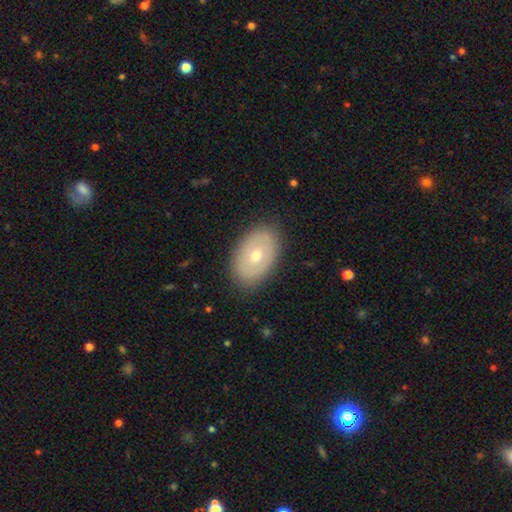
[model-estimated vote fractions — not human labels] The model was most divided on "smooth or featured": smooth: 57%, featured or disk: 36%, star or artifact: 6%. More confident: how rounded — in between (87%); merging — none (86%).